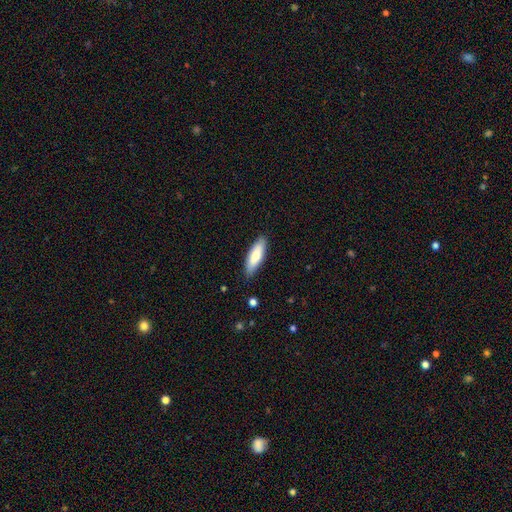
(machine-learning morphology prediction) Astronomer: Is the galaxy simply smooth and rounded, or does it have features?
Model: smooth — 76%.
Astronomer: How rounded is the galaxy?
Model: in between — 53% (runner-up: cigar-shaped, 45%).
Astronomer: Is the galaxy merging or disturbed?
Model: none — 87%.